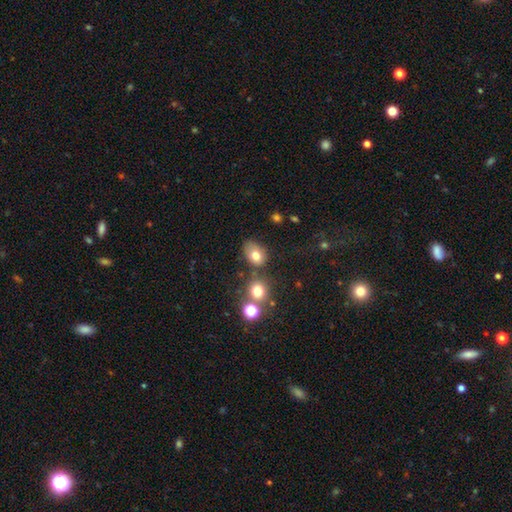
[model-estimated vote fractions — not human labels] This appears to be a smooth galaxy with no disk features (76%) that is in between round and cigar-shaped (68%). Merging: none (57%).